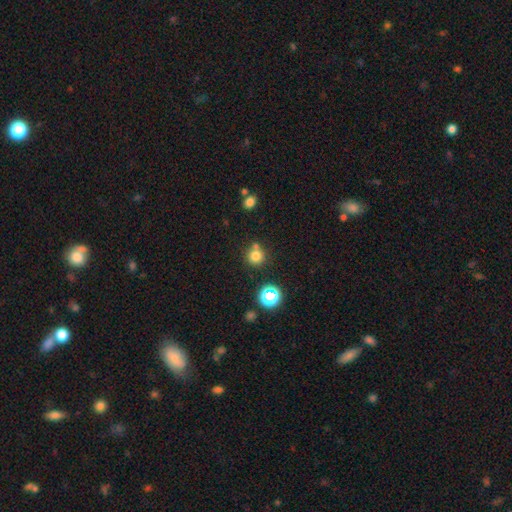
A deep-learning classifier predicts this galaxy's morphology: type=smooth (77%); roundness=round (92%); merging=none (67%).